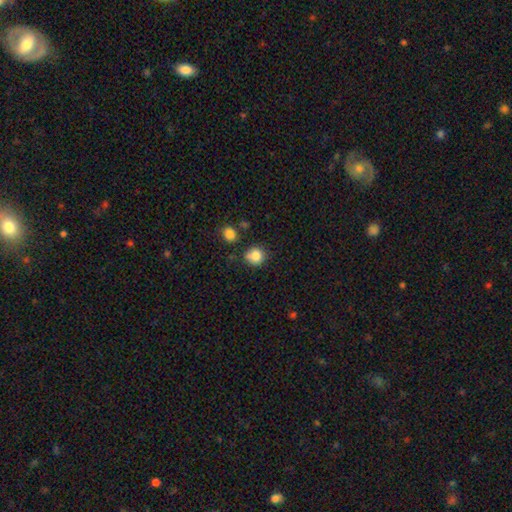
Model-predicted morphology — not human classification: The model was most divided on "merging": none: 67%, minor disturbance: 18%, merger: 11%, major disturbance: 4%. More confident: how rounded — round (84%); smooth or featured — smooth (83%).